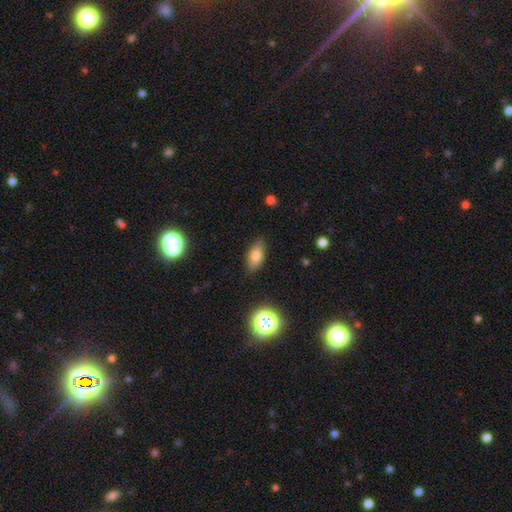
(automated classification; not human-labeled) Morphology: type=smooth (76%); roundness=in between (86%); merging=none (85%).